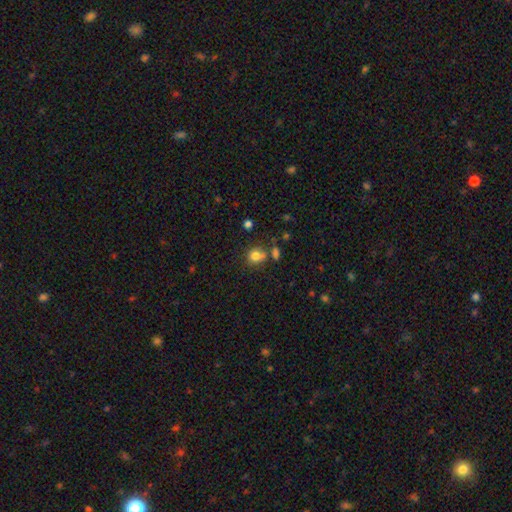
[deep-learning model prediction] Smooth or featured: smooth — 79% (star or artifact — 12%)
How rounded: round — 76% (in between — 23%)
Merging: none — 61% (merger — 20%)